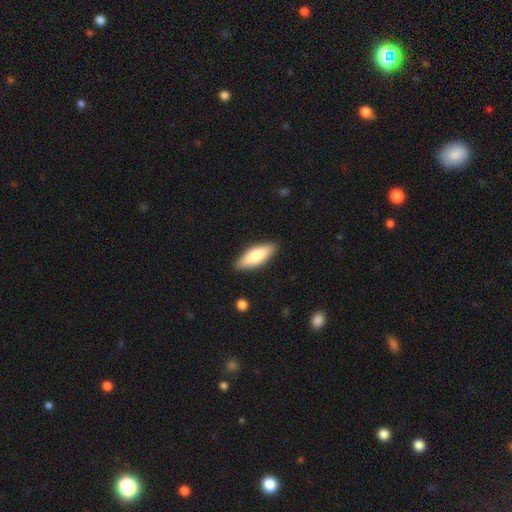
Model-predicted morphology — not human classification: The model was most divided on "how rounded": in between: 65%, cigar-shaped: 33%, round: 2%. More confident: merging — none (88%); smooth or featured — smooth (72%).